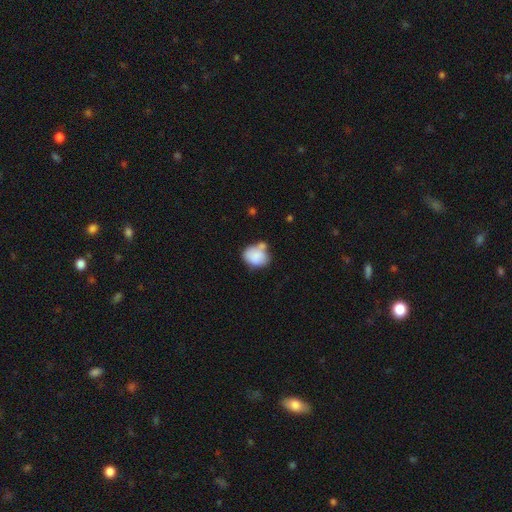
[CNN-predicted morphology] smooth_or_featured: smooth (p=0.82) [alt: featured or disk p=0.10]
how_rounded: in between (p=0.54) [alt: round p=0.45]
merging: none (p=0.42) [alt: merger p=0.28]